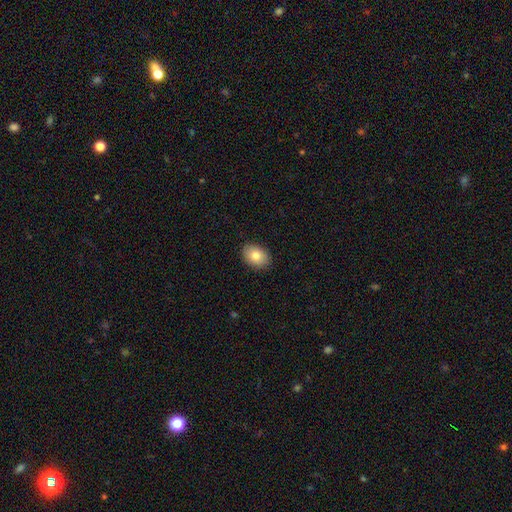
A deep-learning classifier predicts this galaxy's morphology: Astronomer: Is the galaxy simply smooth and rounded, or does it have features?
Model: smooth — 82%.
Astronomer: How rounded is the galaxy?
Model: in between — 79%.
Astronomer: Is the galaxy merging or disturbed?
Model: none — 89%.